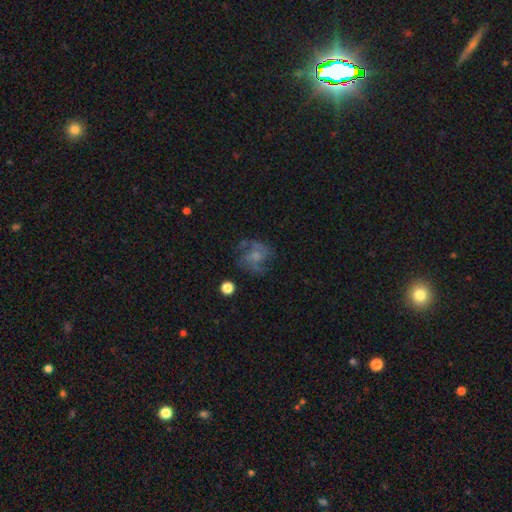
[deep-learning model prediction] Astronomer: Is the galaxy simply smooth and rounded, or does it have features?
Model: featured or disk — 63%.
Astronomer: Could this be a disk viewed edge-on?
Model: no — 98%.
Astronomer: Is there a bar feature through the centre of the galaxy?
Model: no — 73%.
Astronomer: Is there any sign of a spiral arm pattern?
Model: yes — 78%.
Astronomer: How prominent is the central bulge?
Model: small — 48% (runner-up: moderate, 25%).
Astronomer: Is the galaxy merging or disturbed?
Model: none — 54%.